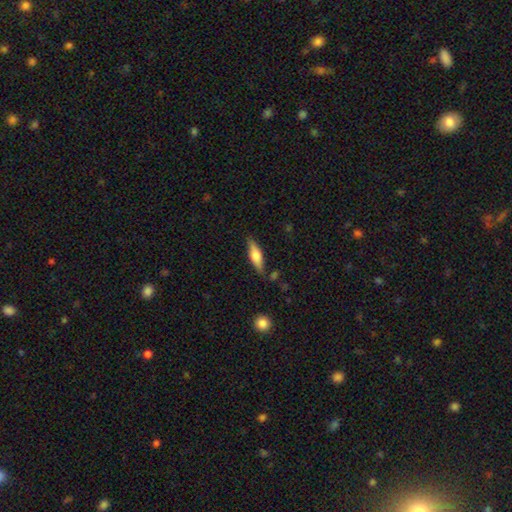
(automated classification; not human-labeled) Smooth or featured: smooth — 56% (featured or disk — 38%)
How rounded: cigar-shaped — 57% (in between — 41%)
Merging: none — 81% (minor disturbance — 13%)